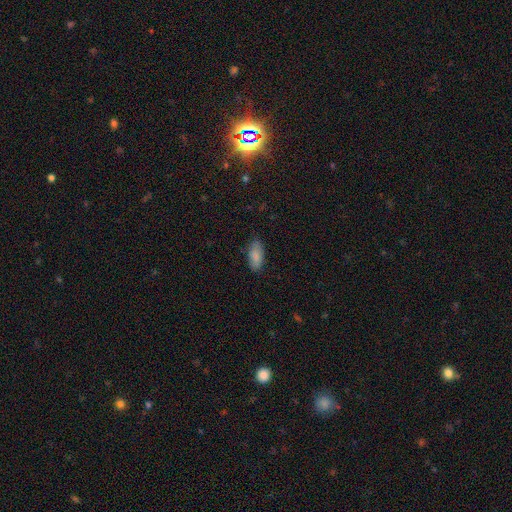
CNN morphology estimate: A smooth galaxy with no disk features (86%) that is in between round and cigar-shaped (84%). Merging: none (82%).